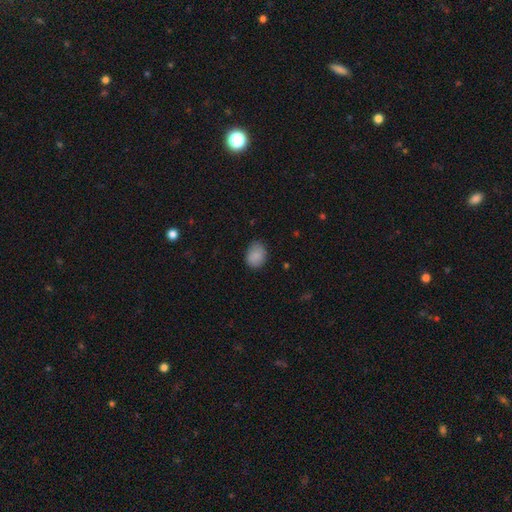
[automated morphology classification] Smooth or featured: smooth — 87% (star or artifact — 8%)
How rounded: in between — 63% (round — 36%)
Merging: none — 76% (minor disturbance — 19%)